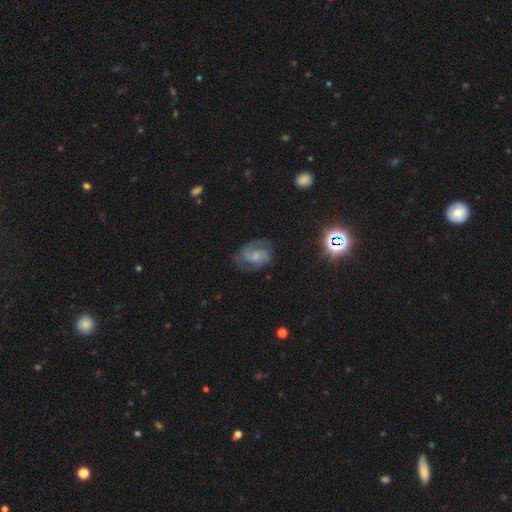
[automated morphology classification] Smooth or featured? featured or disk (71%)
Edge-on disk? no (98%)
Bar? no (53%)
Spiral arms? yes (92%)
Spiral winding? medium (51%)
Spiral arm count? 2 (76%)
Bulge size? small (35%)
Merging? none (66%)